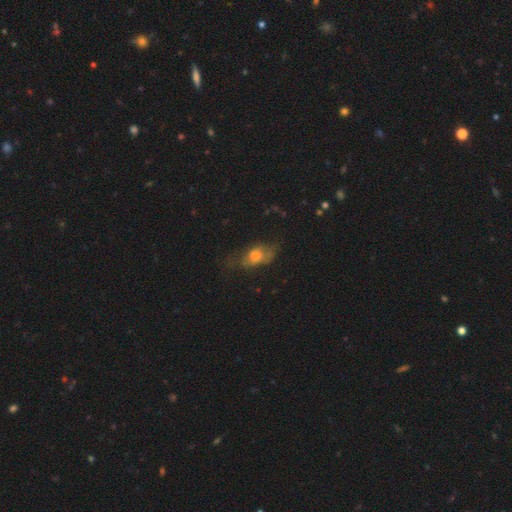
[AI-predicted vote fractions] Overall: smooth (50%; featured or disk 38%). Merging: none (52%; minor disturbance 26%).